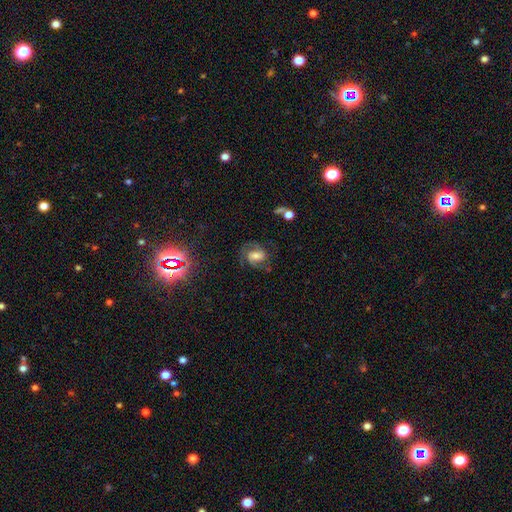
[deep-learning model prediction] smooth-or-featured: featured or disk: 70% | smooth: 19% | star or artifact: 11%
  disk-edge-on: no: 97% | yes: 3%
    bar: weak: 45% | no: 34% | strong: 21%
    has-spiral-arms: yes: 92% | no: 8%
      spiral-winding: medium: 53% | tight: 30% | loose: 17%
      spiral-arm-count: 2: 84% | can't tell: 7% | 1: 3% | 3: 3% | 4: 1% | more than 4: 1%
    bulge-size: moderate: 48% | small: 25% | large: 19% | none: 6% | dominant: 3%
  merging: none: 70% | minor disturbance: 17% | major disturbance: 11% | merger: 2%